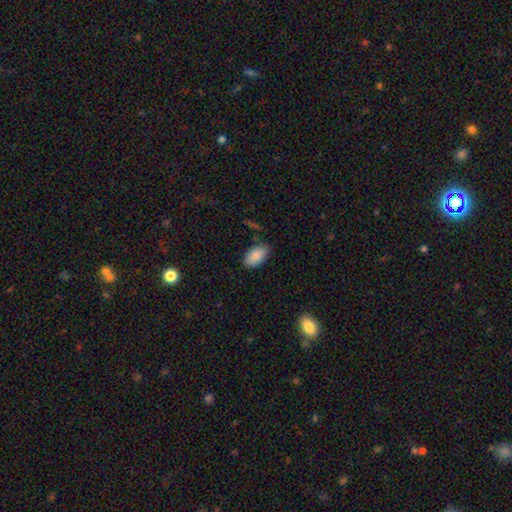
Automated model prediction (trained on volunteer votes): Smooth or featured? smooth (89%)
How rounded? in between (94%)
Merging? none (81%)